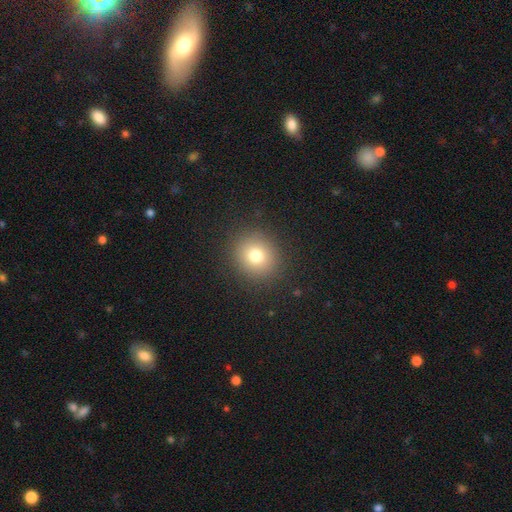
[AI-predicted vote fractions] A smooth galaxy with no disk features (76%) that is round (86%). Merging: none (90%).